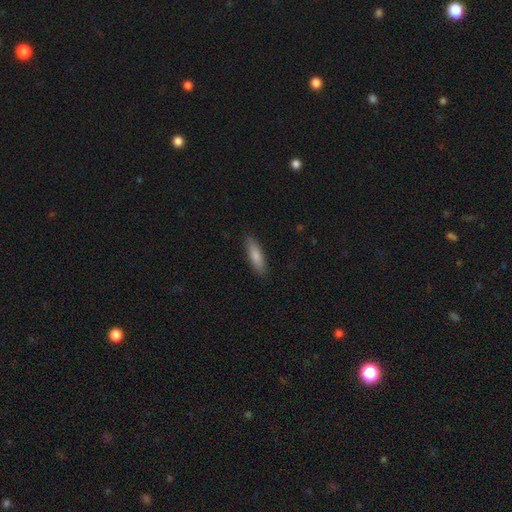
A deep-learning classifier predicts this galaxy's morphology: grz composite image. It shows a smooth galaxy with no disk features (83%) that is cigar-shaped (58%). Merging: none (88%).